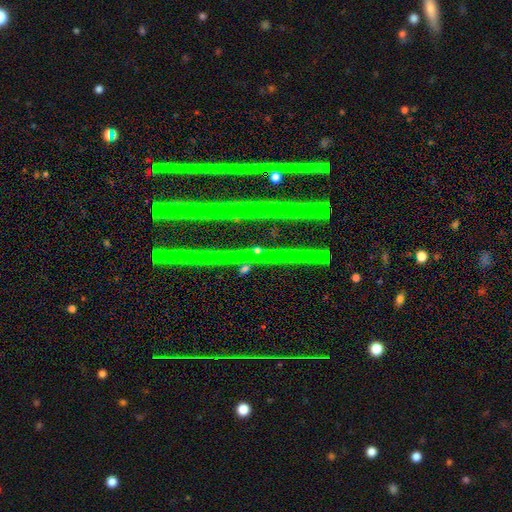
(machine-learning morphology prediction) smooth_or_featured: star or artifact (p=0.76) [alt: featured or disk p=0.18]